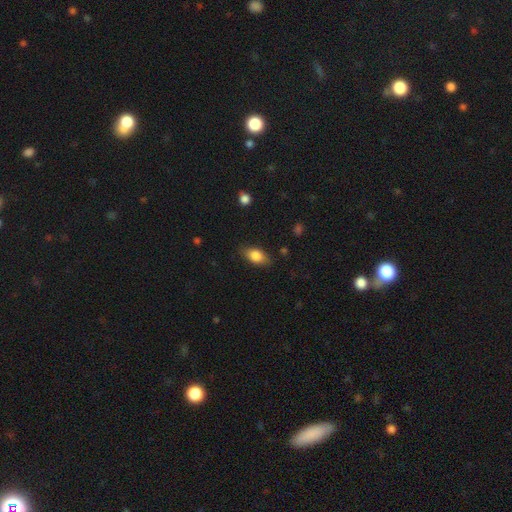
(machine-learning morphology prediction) smooth-or-featured: smooth: 81% | featured or disk: 11% | star or artifact: 7%
  how-rounded: in between: 87% | round: 8% | cigar-shaped: 6%
  merging: none: 82% | minor disturbance: 14% | major disturbance: 3% | merger: 1%